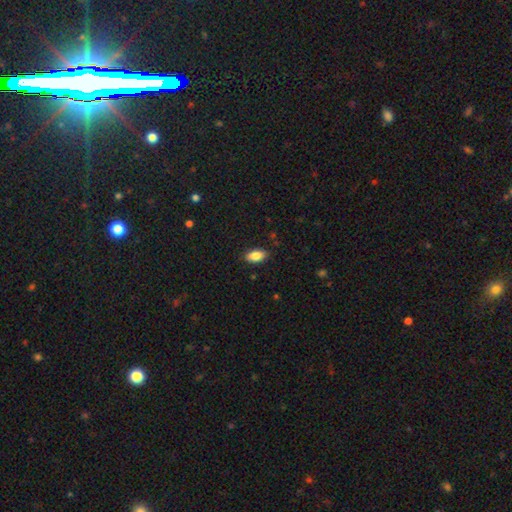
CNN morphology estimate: Smooth or featured?
  - smooth: 85% *
  - featured or disk: 7%
  - star or artifact: 7%
How rounded?
  - in between: 92% *
  - cigar-shaped: 5%
  - round: 4%
Merging?
  - none: 87% *
  - minor disturbance: 10%
  - major disturbance: 2%
  - merger: 1%